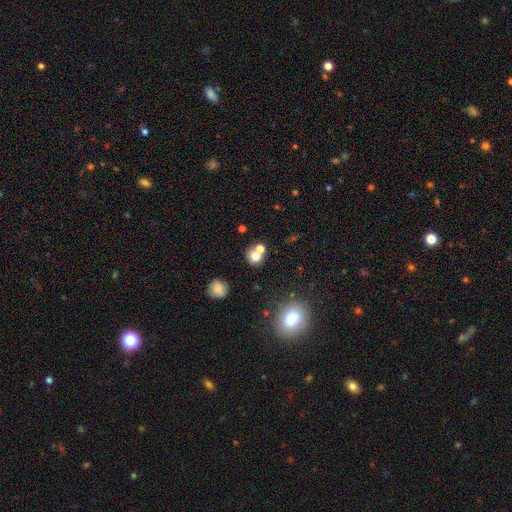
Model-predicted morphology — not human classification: A smooth galaxy with no disk features (74%) that is round (83%). Merging: none (51%).